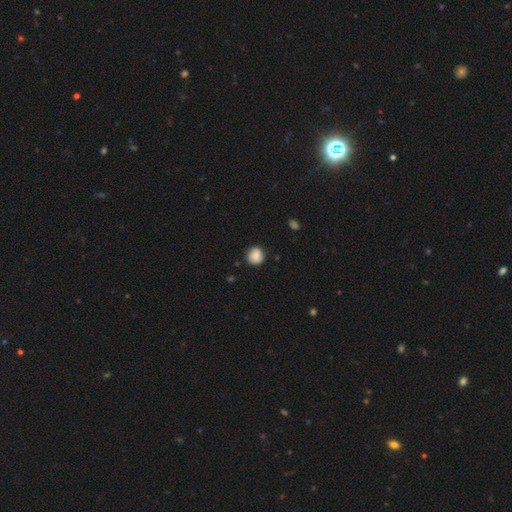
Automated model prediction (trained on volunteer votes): Morphology: type=smooth (84%); roundness=round (87%); merging=none (83%).